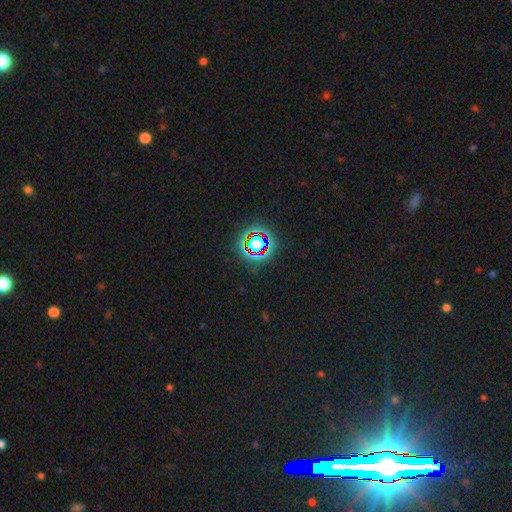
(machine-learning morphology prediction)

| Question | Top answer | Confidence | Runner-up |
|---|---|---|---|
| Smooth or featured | star or artifact | 80% | smooth (12%) |